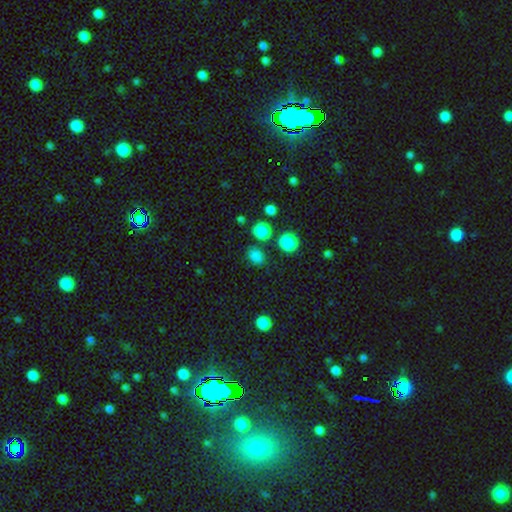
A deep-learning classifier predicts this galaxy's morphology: type=smooth (79%); roundness=round (52%); merging=none (78%).